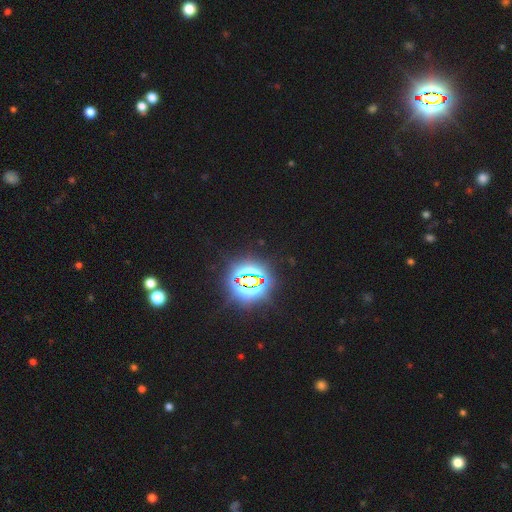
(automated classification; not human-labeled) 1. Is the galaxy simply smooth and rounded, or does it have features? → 83% star or artifact, 12% smooth, 5% featured or disk.